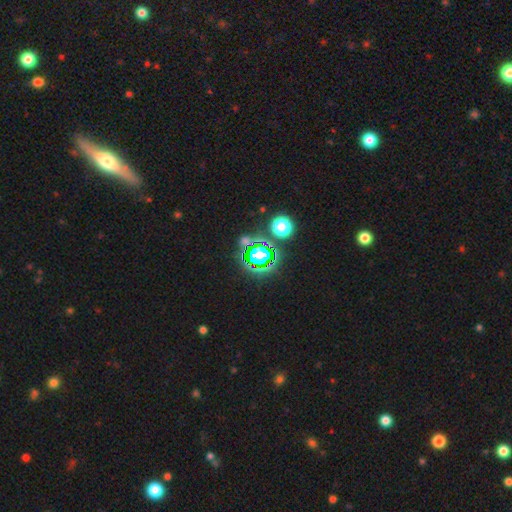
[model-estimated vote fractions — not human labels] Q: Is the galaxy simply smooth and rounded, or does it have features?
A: star or artifact — 74%.